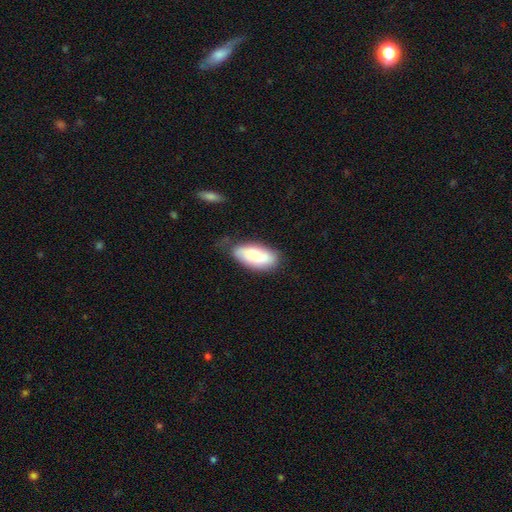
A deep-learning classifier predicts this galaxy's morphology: smooth_or_featured: smooth (p=0.67) [alt: featured or disk p=0.27]
how_rounded: in between (p=0.88) [alt: cigar-shaped p=0.10]
merging: none (p=0.60) [alt: minor disturbance p=0.30]